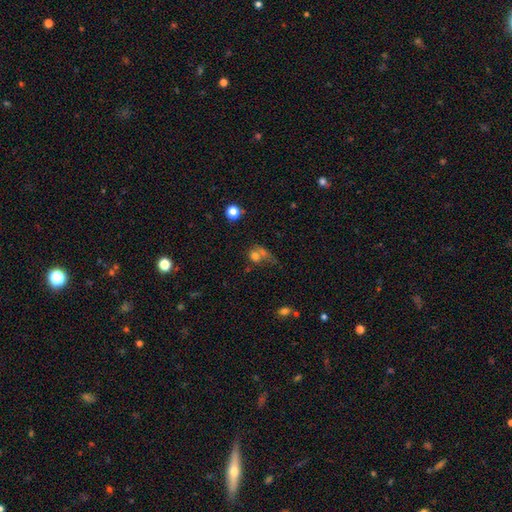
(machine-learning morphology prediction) smooth 67%, featured or disk 17%, star or artifact 16%. Down the decision tree: how rounded — round (66%); merging — merger (47%).